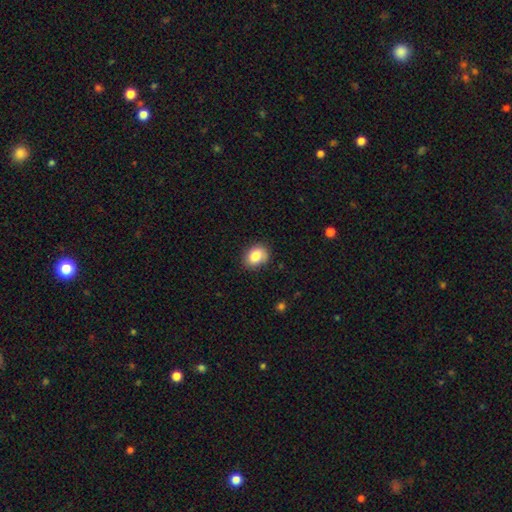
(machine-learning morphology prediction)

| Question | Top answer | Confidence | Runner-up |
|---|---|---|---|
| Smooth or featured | smooth | 83% | star or artifact (9%) |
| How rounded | in between | 63% | round (36%) |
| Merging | none | 81% | minor disturbance (15%) |